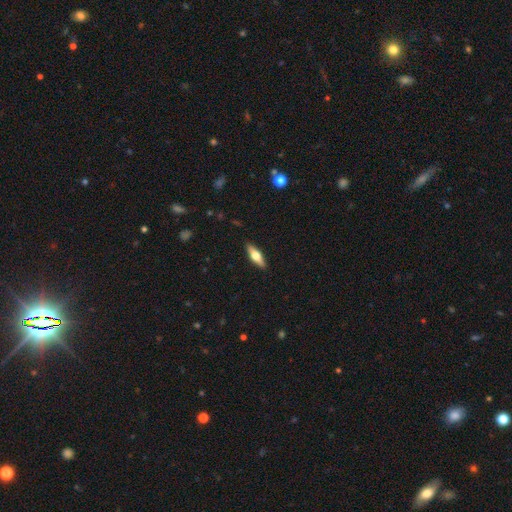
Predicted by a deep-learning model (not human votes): Smooth or featured? smooth (49%)
Merging? none (90%)